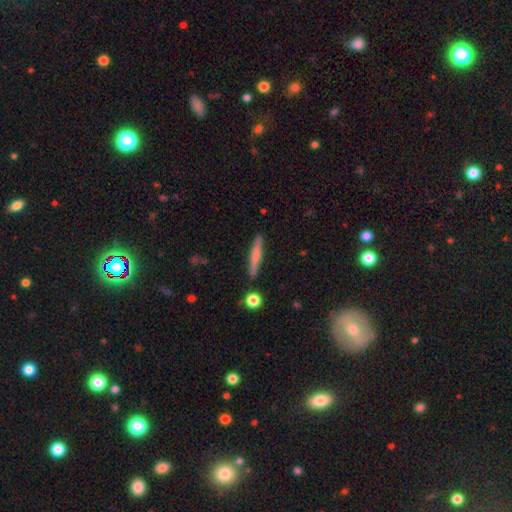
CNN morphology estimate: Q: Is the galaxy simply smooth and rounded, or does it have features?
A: smooth — 57%.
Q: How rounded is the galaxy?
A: cigar-shaped — 93%.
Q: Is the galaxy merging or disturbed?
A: none — 88%.